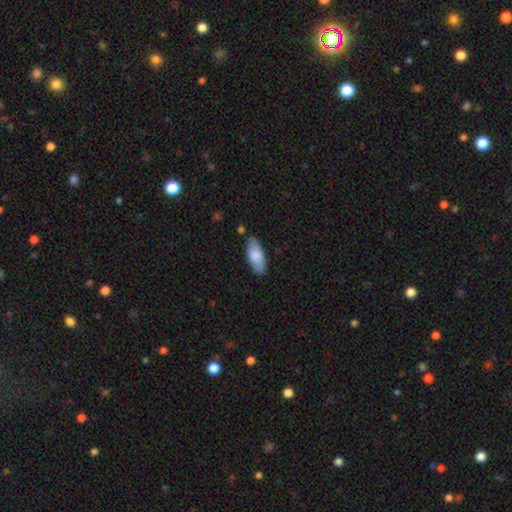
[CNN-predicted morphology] Overall: smooth (81%). How rounded: in between (83%). Merging: none (82%).